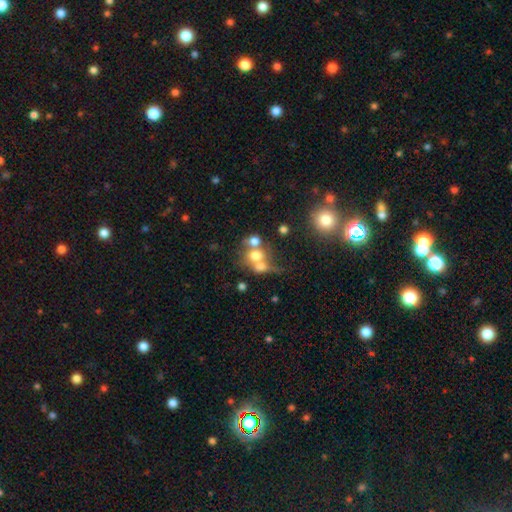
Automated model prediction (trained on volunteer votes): Overall: smooth (63%; featured or disk 23%). How rounded: round (61%; in between 37%). Merging: merger (59%; none 24%).